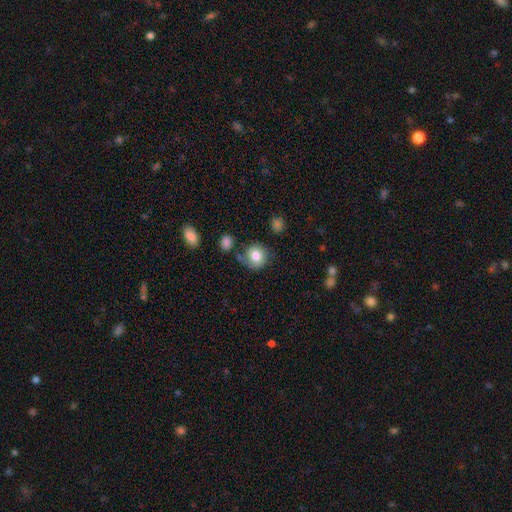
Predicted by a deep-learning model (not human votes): Smooth or featured?
  - smooth: 79% *
  - featured or disk: 12%
  - star or artifact: 9%
How rounded?
  - round: 85% *
  - in between: 14%
  - cigar-shaped: 1%
Merging?
  - none: 66% *
  - minor disturbance: 20%
  - major disturbance: 7%
  - merger: 7%